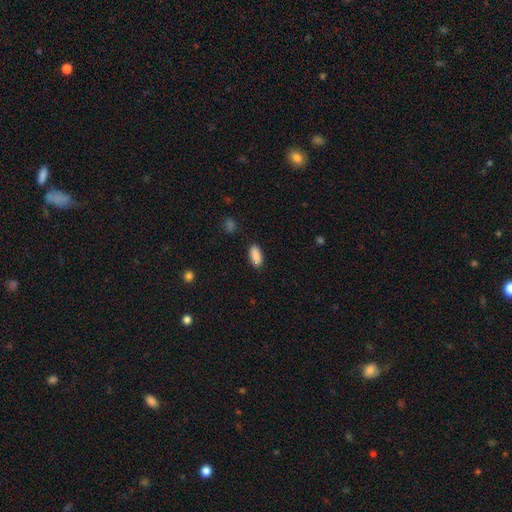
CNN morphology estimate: Q: Smooth or featured?
A: smooth (89%); runner-up: star or artifact (7%)
Q: How rounded?
A: in between (86%); runner-up: cigar-shaped (12%)
Q: Merging?
A: none (85%); runner-up: minor disturbance (10%)